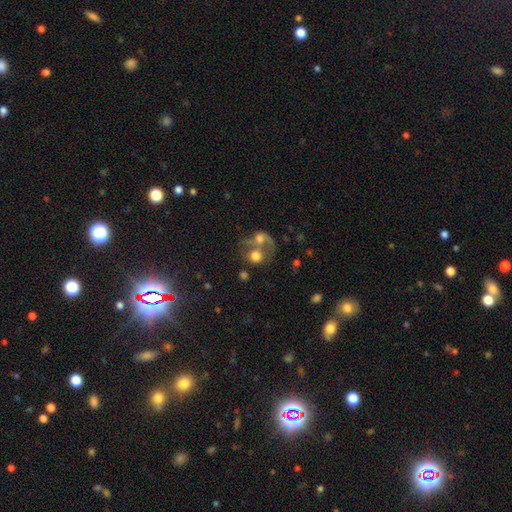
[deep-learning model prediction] Smooth or featured? smooth (54%)
How rounded? round (70%)
Merging? merger (65%)